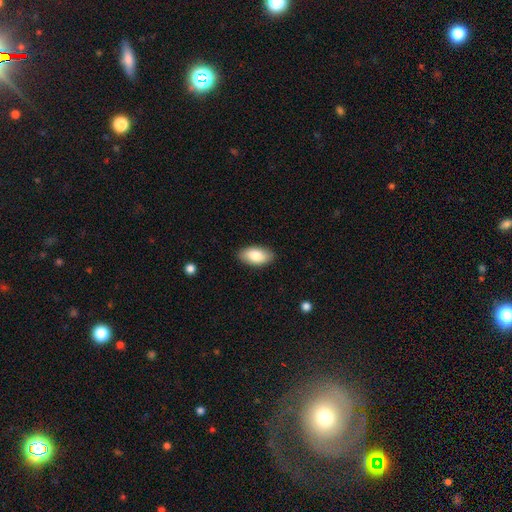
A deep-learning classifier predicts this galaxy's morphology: Q: Smooth or featured?
A: smooth (84%); runner-up: featured or disk (10%)
Q: How rounded?
A: in between (95%); runner-up: round (3%)
Q: Merging?
A: none (88%); runner-up: minor disturbance (9%)